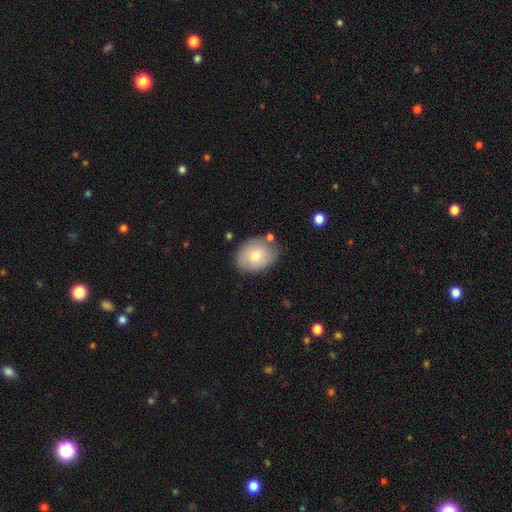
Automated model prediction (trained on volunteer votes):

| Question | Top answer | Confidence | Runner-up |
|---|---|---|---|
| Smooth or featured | smooth | 73% | featured or disk (20%) |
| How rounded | in between | 66% | round (33%) |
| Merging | none | 74% | minor disturbance (17%) |